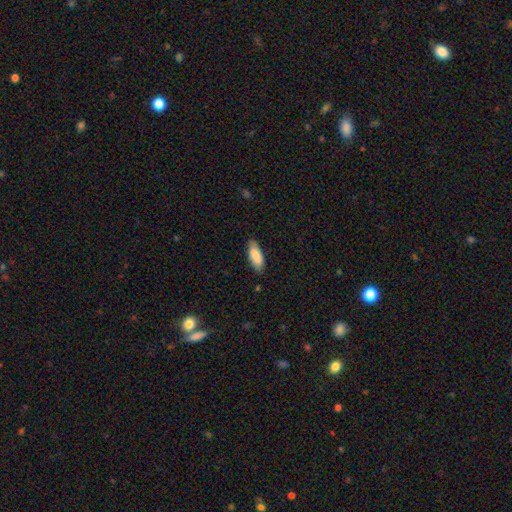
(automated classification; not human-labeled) Overall: smooth (86%). How rounded: in between (75%). Merging: none (80%).